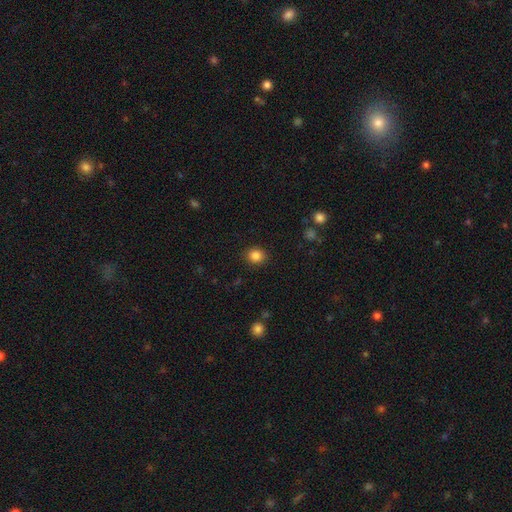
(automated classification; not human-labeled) This appears to be a smooth galaxy with no disk features (85%) that is round (79%). Merging: none (90%).